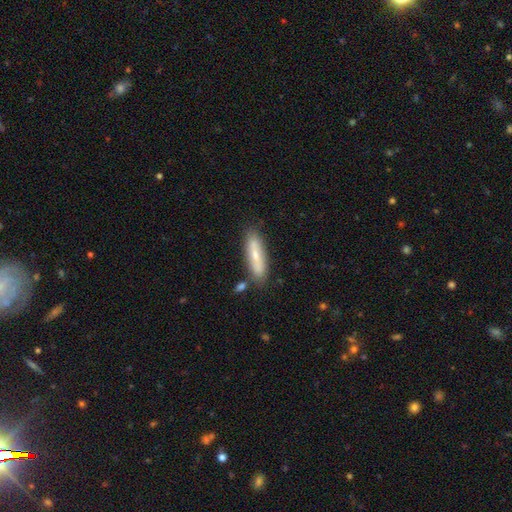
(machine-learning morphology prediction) Smooth or featured? smooth (60%)
How rounded? cigar-shaped (67%)
Merging? none (80%)